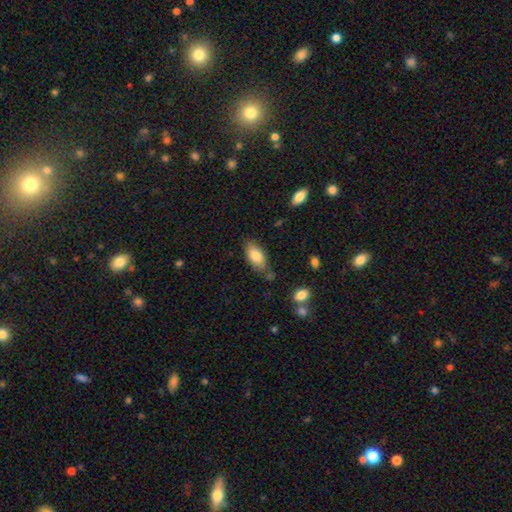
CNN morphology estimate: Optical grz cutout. It shows a smooth galaxy with no disk features (81%) that is in between round and cigar-shaped (91%). Merging: none (72%).